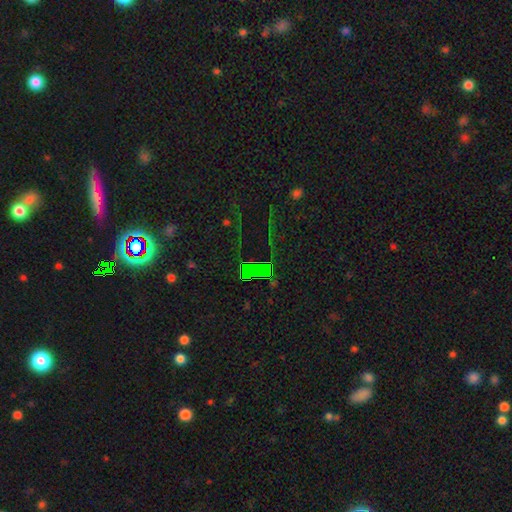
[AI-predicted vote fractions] Smooth or featured? Predicted: star or artifact (p=0.73).